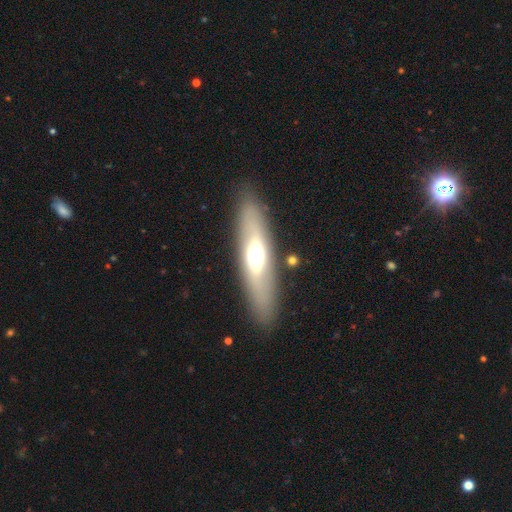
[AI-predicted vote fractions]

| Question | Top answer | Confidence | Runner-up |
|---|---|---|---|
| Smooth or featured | featured or disk | 47% | smooth (46%) |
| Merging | none | 85% | minor disturbance (9%) |